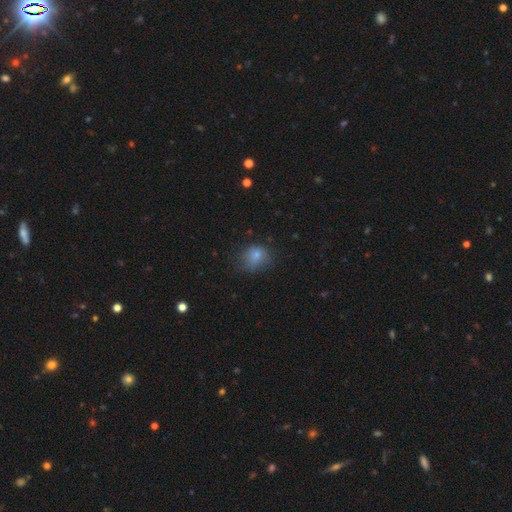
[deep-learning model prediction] Smooth or featured? Predicted: smooth (p=0.77). How rounded? Predicted: round (p=0.66). Merging? Predicted: none (p=0.54).